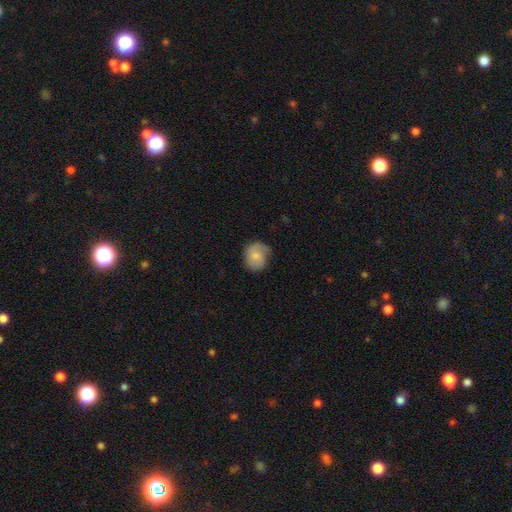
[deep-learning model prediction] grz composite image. It shows a smooth galaxy with no disk features (66%) that is round (72%). Merging: none (56%).